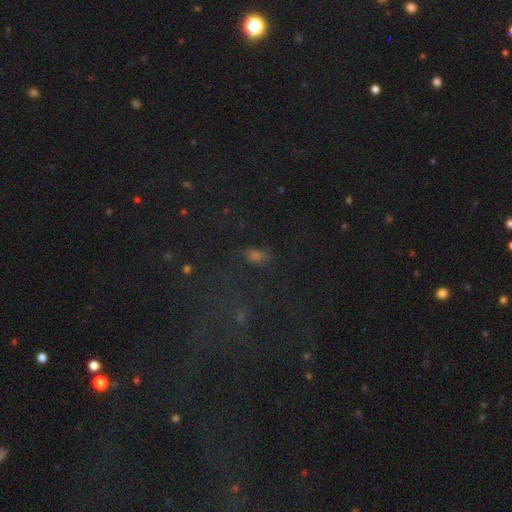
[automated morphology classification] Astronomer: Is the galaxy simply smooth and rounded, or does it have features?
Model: smooth — 54% (runner-up: star or artifact, 36%).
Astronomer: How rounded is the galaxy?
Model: in between — 81%.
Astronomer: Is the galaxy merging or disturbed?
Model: none — 70%.